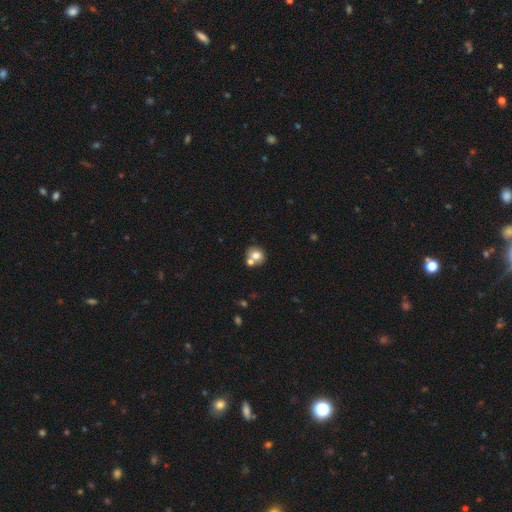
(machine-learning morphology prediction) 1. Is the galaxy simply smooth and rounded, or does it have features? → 74% smooth, 16% featured or disk, 10% star or artifact.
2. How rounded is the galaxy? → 81% round, 18% in between, 1% cigar-shaped.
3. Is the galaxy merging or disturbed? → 50% none, 36% merger, 10% minor disturbance, 3% major disturbance.